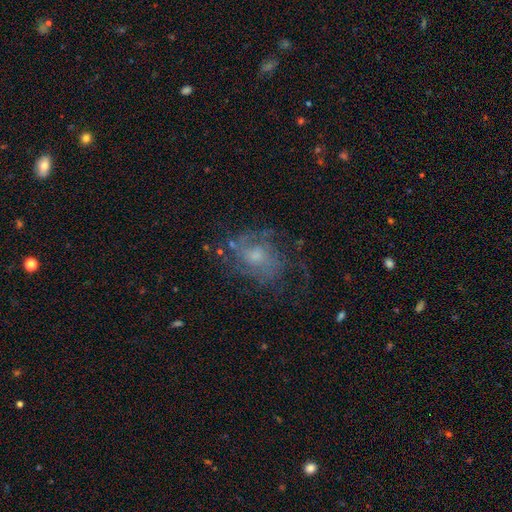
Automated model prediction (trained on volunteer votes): This is likely a featured or disk galaxy (67%). It is clearly not viewed edge-on (96%). Bar: likely no (74%). Spiral arm pattern: likely yes (78%). Spiral arm count: marginally can't tell (42%). Spiral winding: marginally medium (42%). Central bulge: possibly moderate (46%). Merging: possibly none (60%).